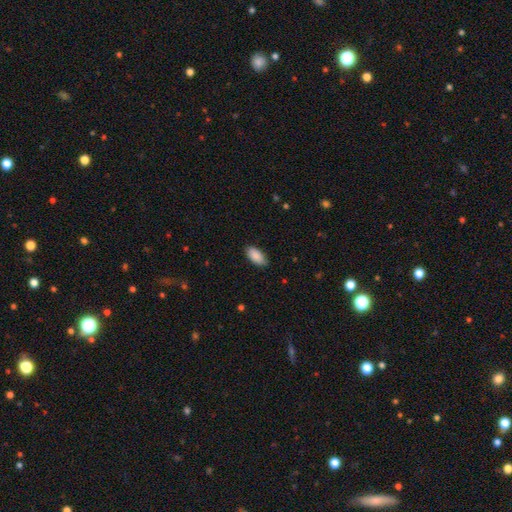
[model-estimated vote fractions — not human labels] Morphology: type=smooth (90%); roundness=in between (93%); merging=none (87%).